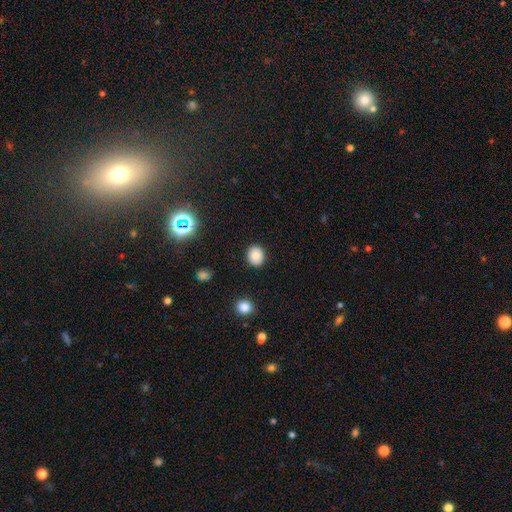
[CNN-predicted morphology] smooth-or-featured: smooth: 82% | star or artifact: 11% | featured or disk: 7%
  how-rounded: round: 71% | in between: 28% | cigar-shaped: 1%
  merging: none: 90% | minor disturbance: 7% | major disturbance: 2% | merger: 1%